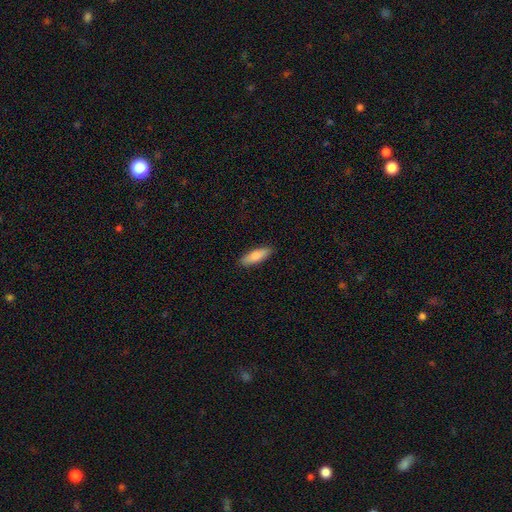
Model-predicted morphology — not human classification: smooth-or-featured: smooth: 82% | featured or disk: 13% | star or artifact: 5%
  how-rounded: in between: 53% | cigar-shaped: 45% | round: 2%
  merging: none: 89% | minor disturbance: 8% | major disturbance: 2% | merger: 1%